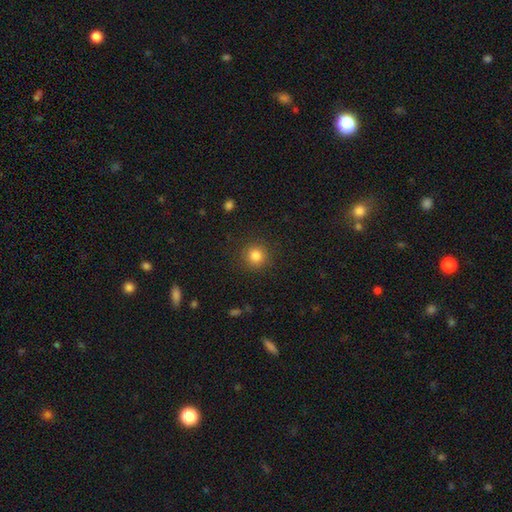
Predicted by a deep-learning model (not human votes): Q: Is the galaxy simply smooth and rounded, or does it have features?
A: smooth — 83%.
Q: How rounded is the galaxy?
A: round — 93%.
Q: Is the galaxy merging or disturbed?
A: none — 90%.